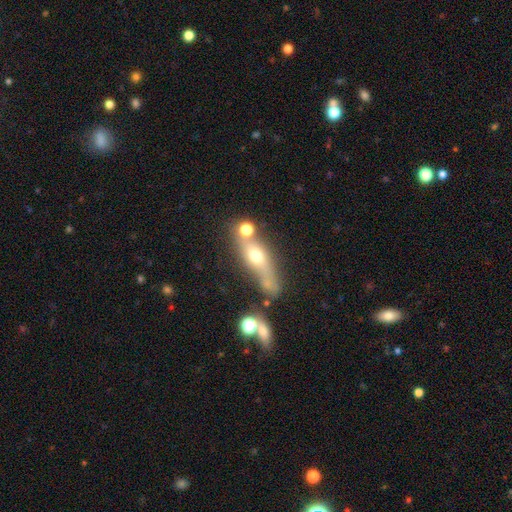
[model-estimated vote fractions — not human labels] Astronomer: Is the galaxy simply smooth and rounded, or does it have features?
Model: smooth — 49% (runner-up: featured or disk, 38%).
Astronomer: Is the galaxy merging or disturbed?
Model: none — 45% (runner-up: merger, 28%).